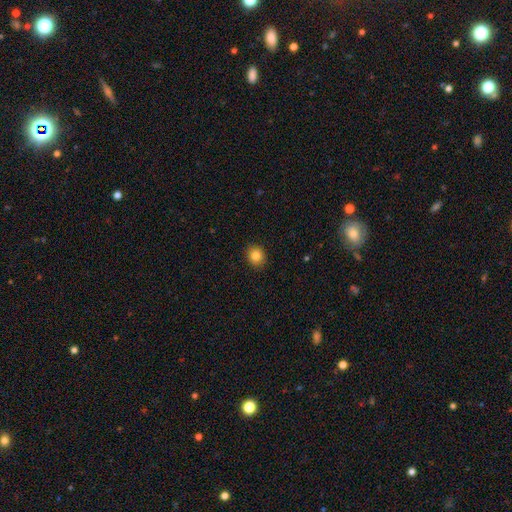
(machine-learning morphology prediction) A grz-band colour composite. It shows a smooth galaxy with no disk features (84%) that is round (72%). Merging: none (90%).